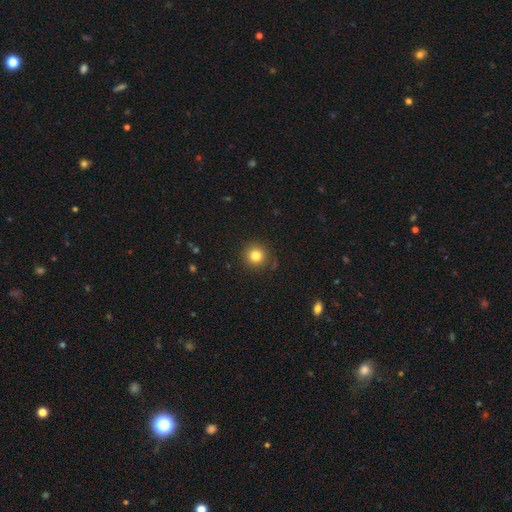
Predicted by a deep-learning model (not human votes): Morphology: type=smooth (82%); roundness=round (94%); merging=none (89%).